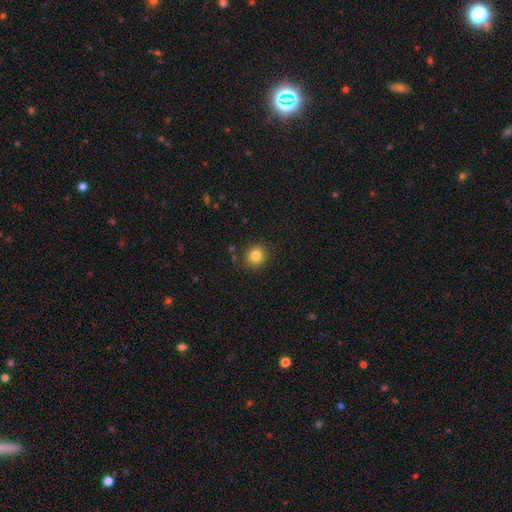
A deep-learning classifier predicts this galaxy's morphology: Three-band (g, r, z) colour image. It shows a smooth galaxy with no disk features (83%) that is round (88%). Merging: none (89%).